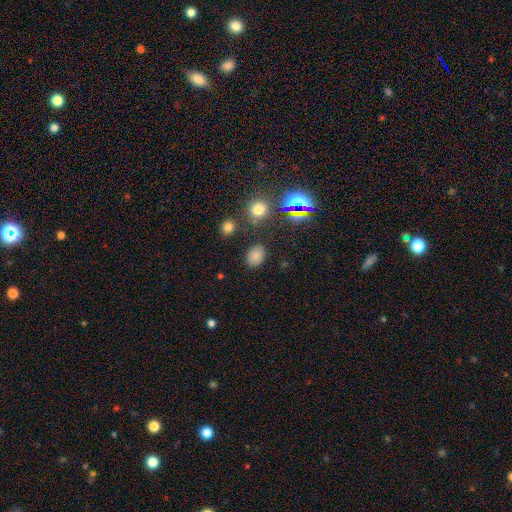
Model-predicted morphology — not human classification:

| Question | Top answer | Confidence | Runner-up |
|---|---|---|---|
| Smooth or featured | smooth | 75% | star or artifact (19%) |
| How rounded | in between | 73% | round (25%) |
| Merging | none | 83% | minor disturbance (10%) |